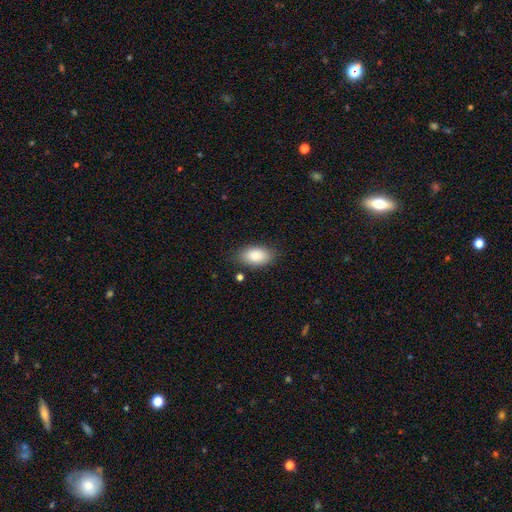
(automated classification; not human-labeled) This appears to be a smooth galaxy with no disk features (88%) that is in between round and cigar-shaped (93%). Merging: none (81%).